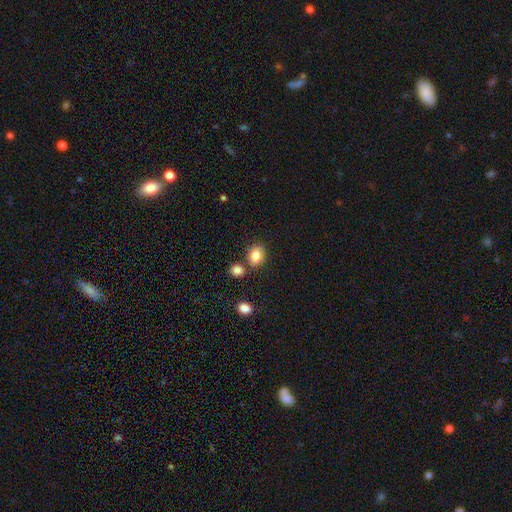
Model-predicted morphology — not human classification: This appears to be a smooth galaxy with no disk features (84%) that is in between round and cigar-shaped (60%). Merging: none (71%).